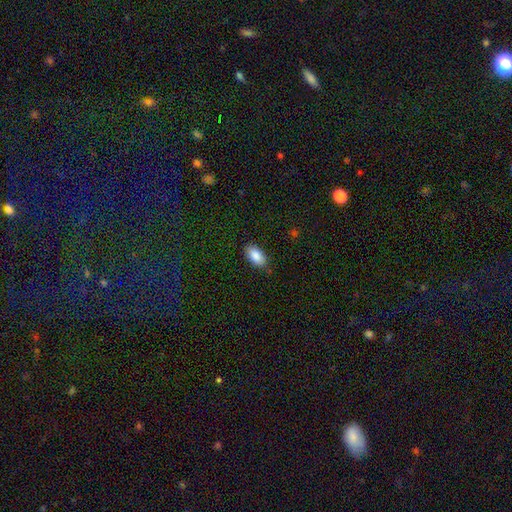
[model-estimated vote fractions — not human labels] Morphology: type=smooth (88%); roundness=in between (94%); merging=none (86%).